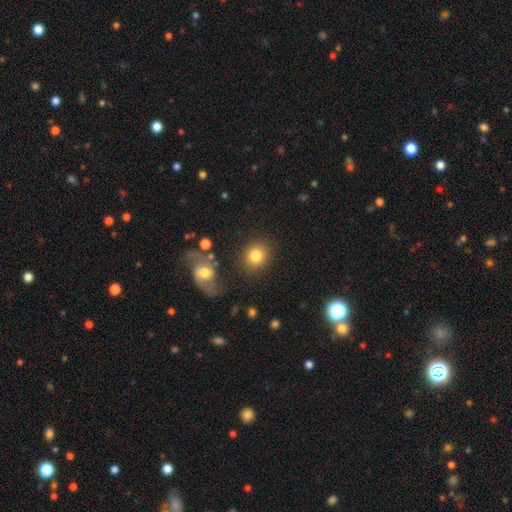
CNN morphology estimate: Smooth or featured?
  - smooth: 81% *
  - featured or disk: 10%
  - star or artifact: 9%
How rounded?
  - round: 77% *
  - in between: 22%
  - cigar-shaped: 1%
Merging?
  - none: 80% *
  - minor disturbance: 10%
  - merger: 6%
  - major disturbance: 4%